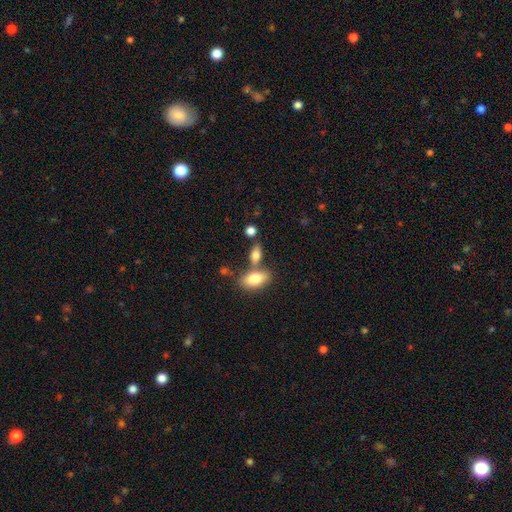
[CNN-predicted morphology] This appears to be a smooth galaxy with no disk features (77%) that is in between round and cigar-shaped (79%). Merging: none (58%).